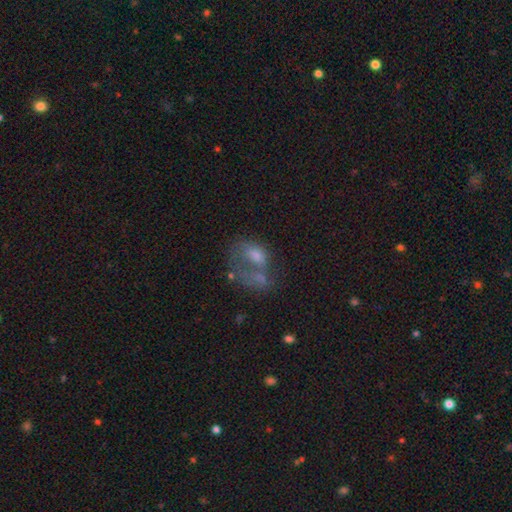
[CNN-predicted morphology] type=smooth (49%); merging=merger (35%).